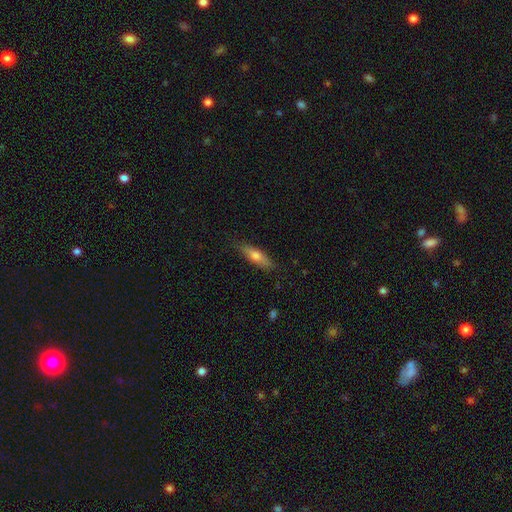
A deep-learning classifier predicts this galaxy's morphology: A smooth galaxy with no disk features (65%) that is cigar-shaped (59%). Merging: none (83%).